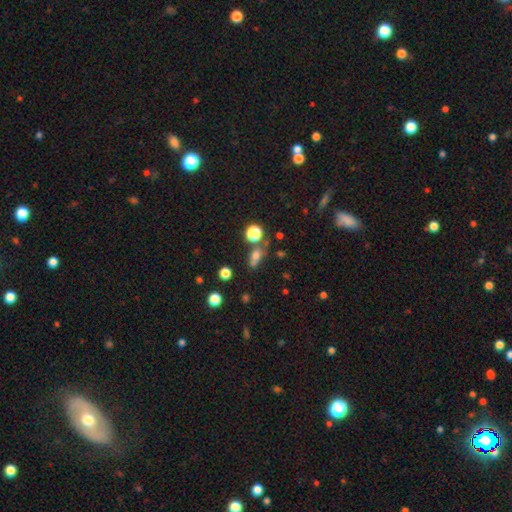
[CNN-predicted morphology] Smooth or featured? smooth (66%)
How rounded? in between (60%)
Merging? none (54%)